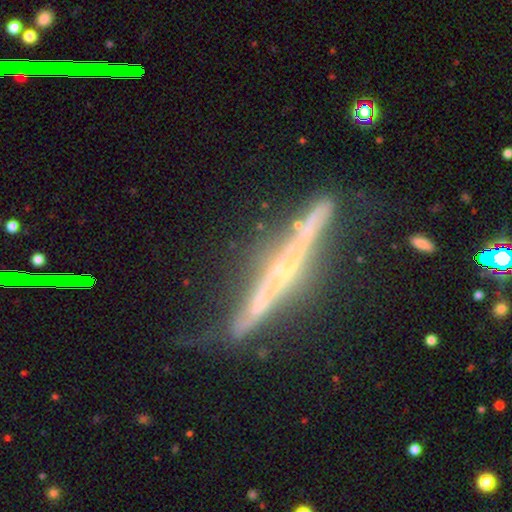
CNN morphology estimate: Overall: featured or disk (82%). Edge-on disk: yes (96%). Edge-on bulge: rounded (52%; none 40%). Merging: none (71%).